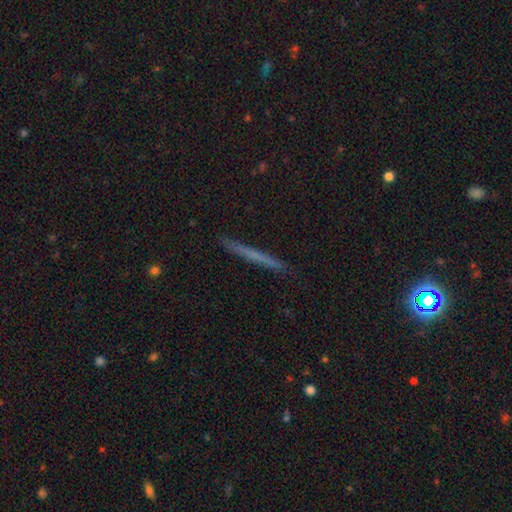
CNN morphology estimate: Smooth or featured?
  - smooth: 49% *
  - featured or disk: 43%
  - star or artifact: 8%
Merging?
  - none: 91% *
  - minor disturbance: 7%
  - major disturbance: 1%
  - merger: 1%